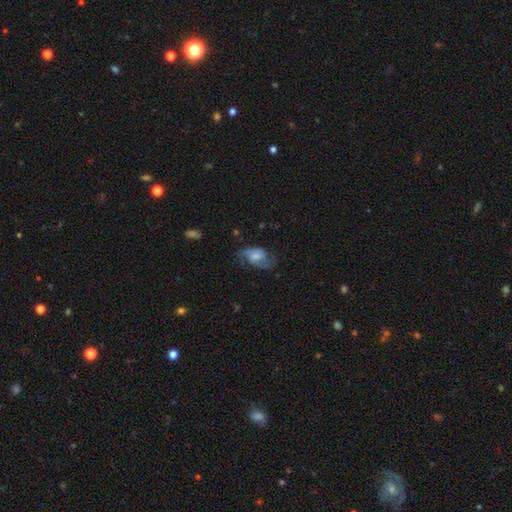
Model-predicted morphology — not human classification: A featured or disk galaxy (57%) with no bar (49%), spiral arms (86%) and a moderate central bulge (35%, tied with small).

Vote fractions:
- Smooth or featured? featured or disk: 57% / smooth: 35% / star or artifact: 8%
- Edge-on disk? no: 96% / yes: 4%
- Bar? no: 49% / weak: 41% / strong: 10%
- Spiral arms? yes: 86% / no: 14%
- Bulge size? moderate: 35% (tied) / small: 35% (tied) / none: 16% / large: 12% / dominant: 2%
- Merging? none: 53% / minor disturbance: 25% / major disturbance: 20% / merger: 2%